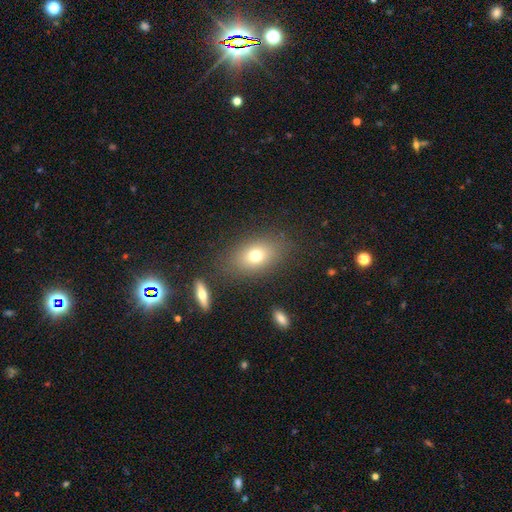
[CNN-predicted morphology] The model was most divided on "how rounded": in between: 76%, round: 21%, cigar-shaped: 3%. More confident: merging — none (81%); smooth or featured — smooth (72%).